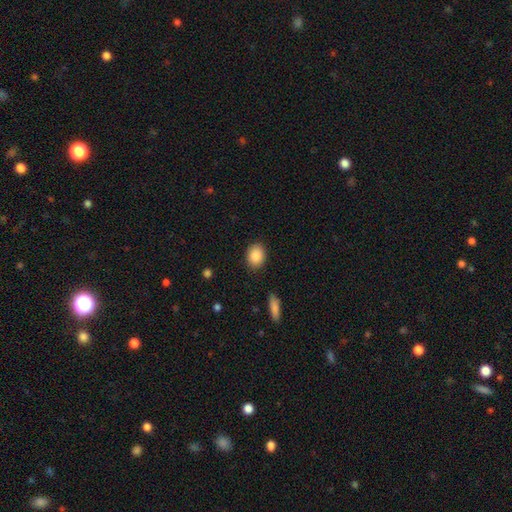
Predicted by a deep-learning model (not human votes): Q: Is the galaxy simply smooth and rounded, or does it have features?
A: smooth — 89%.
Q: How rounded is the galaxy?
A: in between — 65%.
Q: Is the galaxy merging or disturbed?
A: none — 87%.